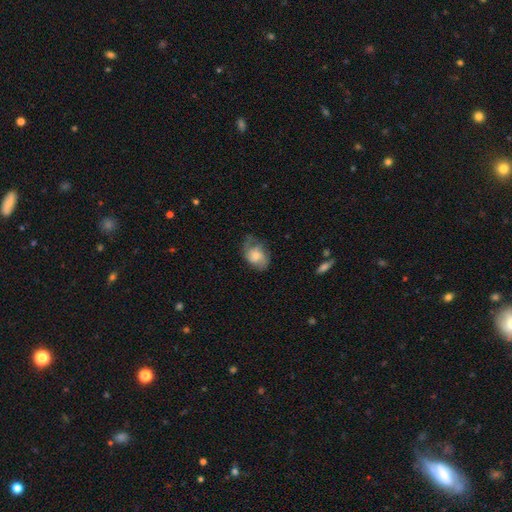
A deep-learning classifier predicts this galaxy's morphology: type=smooth (53%); roundness=in between (75%); merging=none (48%).